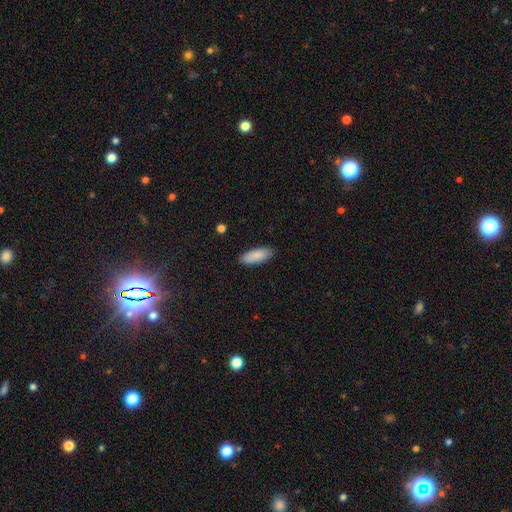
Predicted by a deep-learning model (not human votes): The model was most divided on "how rounded": in between: 74%, cigar-shaped: 24%, round: 2%. More confident: smooth or featured — smooth (89%); merging — none (88%).